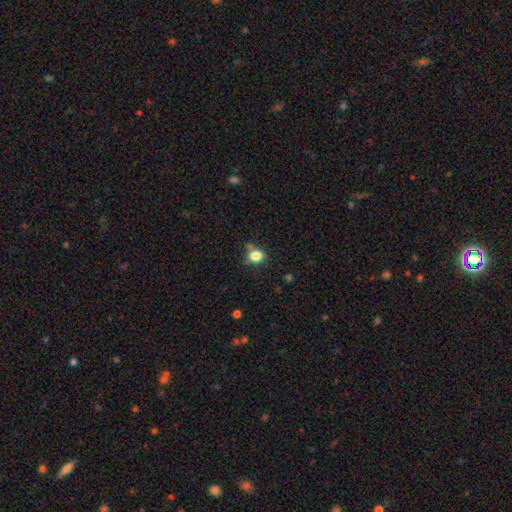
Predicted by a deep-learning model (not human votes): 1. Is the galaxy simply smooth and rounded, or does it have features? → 82% smooth, 11% star or artifact, 6% featured or disk.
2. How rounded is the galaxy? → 50% in between, 49% round, 1% cigar-shaped.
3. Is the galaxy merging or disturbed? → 64% none, 19% minor disturbance, 12% merger, 5% major disturbance.